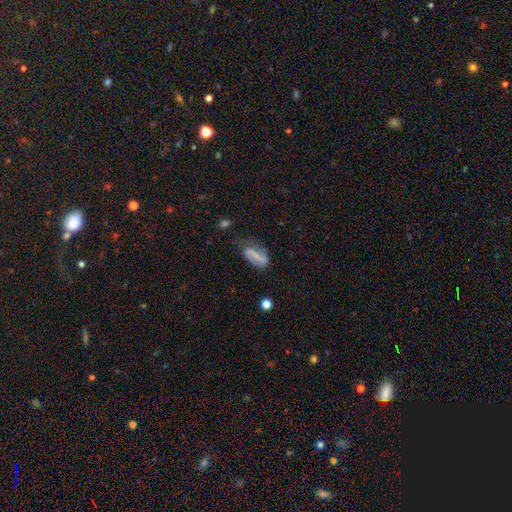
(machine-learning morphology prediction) The model was most divided on "smooth or featured": featured or disk: 50%, smooth: 41%, star or artifact: 10%. More confident: merging — none (56%).